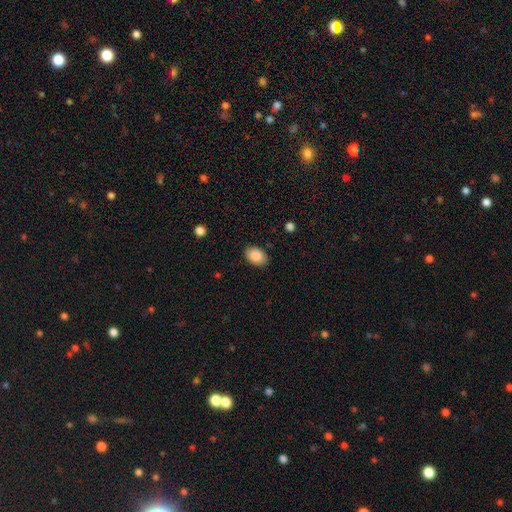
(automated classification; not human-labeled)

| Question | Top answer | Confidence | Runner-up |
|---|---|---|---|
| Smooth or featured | smooth | 88% | star or artifact (7%) |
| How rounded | in between | 84% | round (15%) |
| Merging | none | 86% | minor disturbance (11%) |